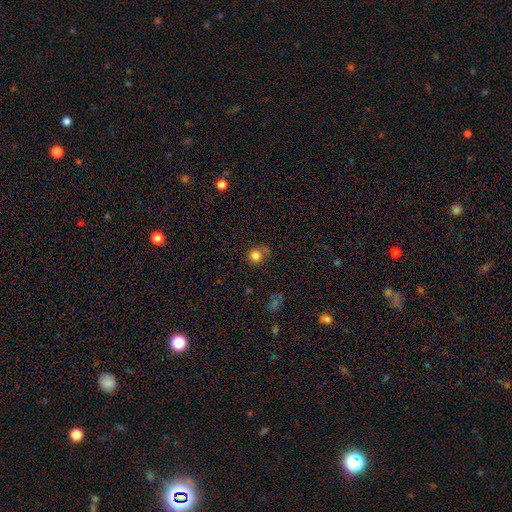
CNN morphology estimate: A smooth galaxy with no disk features (81%) that is round (83%). Merging: none (58%).